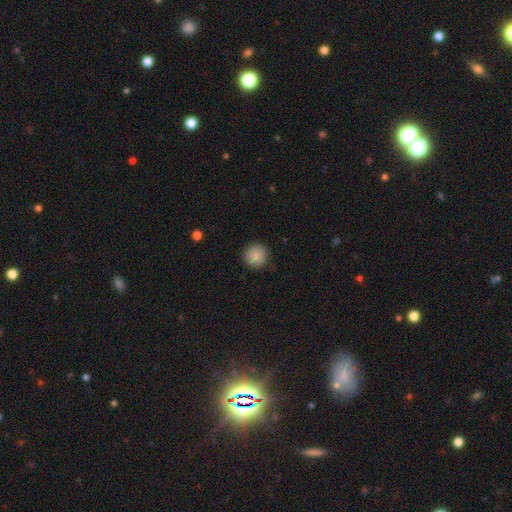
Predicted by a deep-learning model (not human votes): smooth-or-featured: smooth: 89% | star or artifact: 8% | featured or disk: 3%
  how-rounded: round: 94% | in between: 5% | cigar-shaped: 1%
  merging: none: 90% | minor disturbance: 7% | major disturbance: 2% | merger: 1%